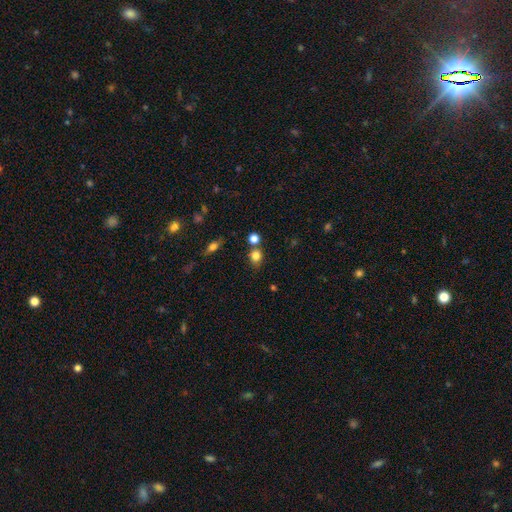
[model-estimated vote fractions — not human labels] Smooth or featured: smooth — 80% (star or artifact — 13%)
How rounded: round — 68% (in between — 31%)
Merging: none — 69% (merger — 15%)